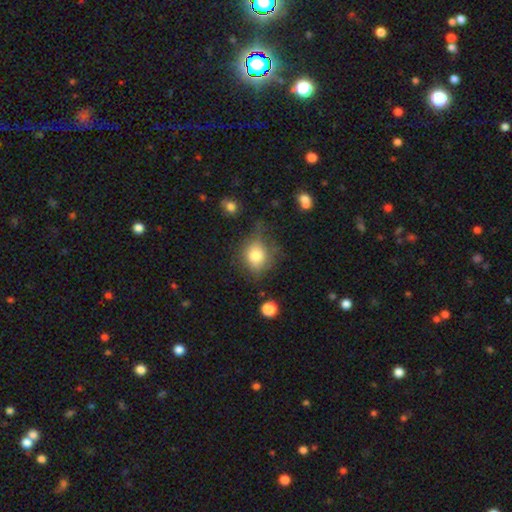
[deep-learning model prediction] smooth-or-featured: smooth: 75% | featured or disk: 14% | star or artifact: 10%
  how-rounded: round: 70% | in between: 29% | cigar-shaped: 1%
  merging: none: 55% | minor disturbance: 28% | major disturbance: 13% | merger: 4%